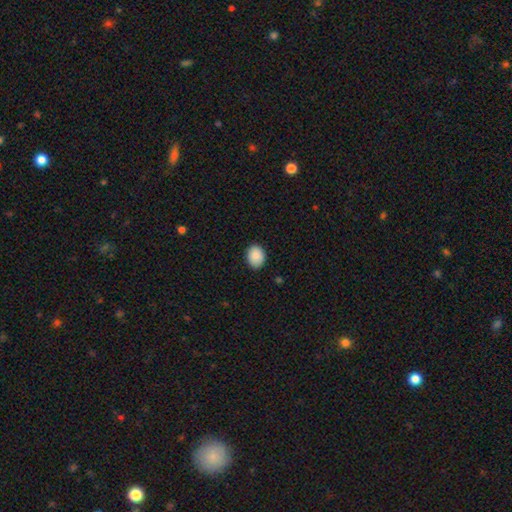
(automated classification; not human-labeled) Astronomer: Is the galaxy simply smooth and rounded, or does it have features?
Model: smooth — 89%.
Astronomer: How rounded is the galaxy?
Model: in between — 57% (runner-up: round, 42%).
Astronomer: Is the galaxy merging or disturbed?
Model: none — 87%.